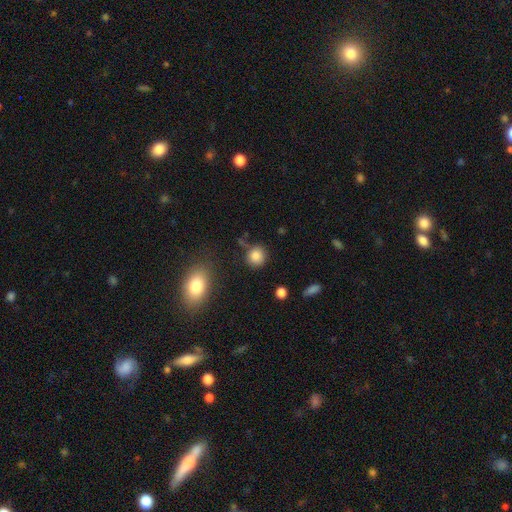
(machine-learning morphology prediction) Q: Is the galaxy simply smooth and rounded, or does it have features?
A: smooth — 85%.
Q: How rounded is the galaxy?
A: round — 87%.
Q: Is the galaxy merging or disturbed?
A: none — 78%.